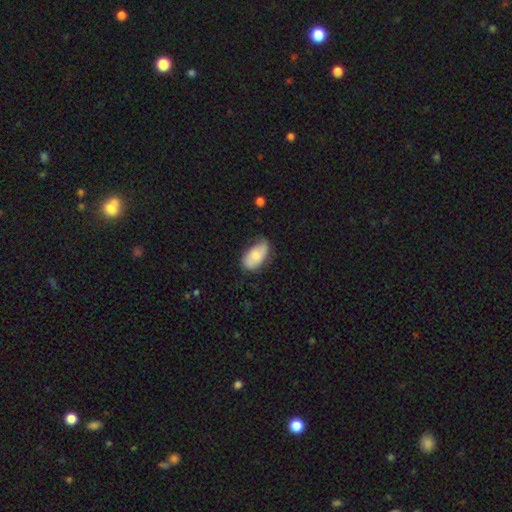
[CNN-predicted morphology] smooth_or_featured: smooth (p=0.71) [alt: featured or disk p=0.22]
how_rounded: in between (p=0.94) [alt: round p=0.04]
merging: none (p=0.48) [alt: minor disturbance p=0.39]